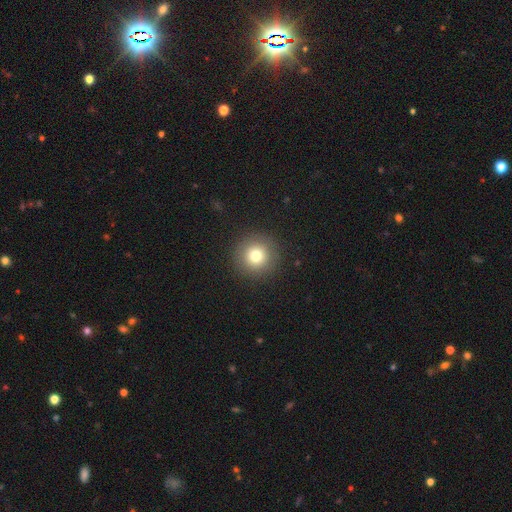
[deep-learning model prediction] Overall: smooth (76%). How rounded: round (96%). Merging: none (91%).